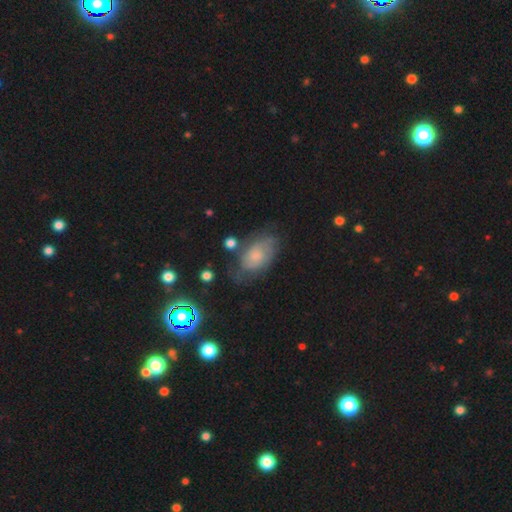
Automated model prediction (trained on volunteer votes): This appears to be a featured or disk galaxy (46%). Merging: none (56%).